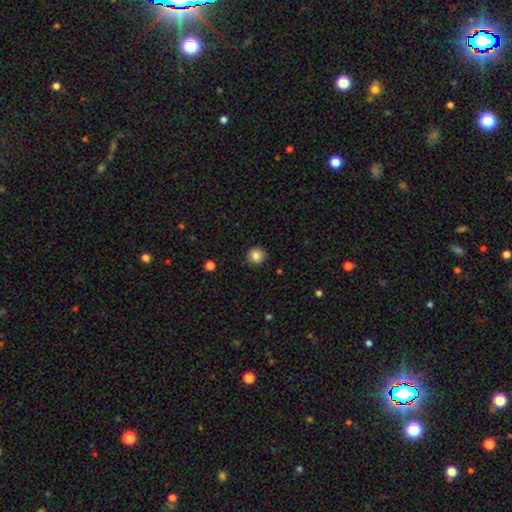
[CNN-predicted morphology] Smooth or featured? smooth (83%)
How rounded? round (91%)
Merging? none (89%)